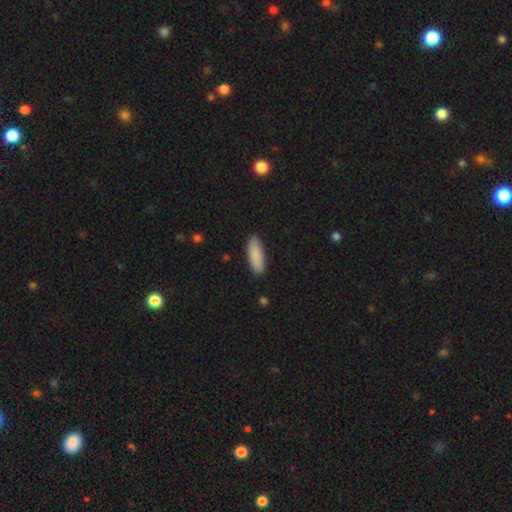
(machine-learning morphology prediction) Q: Smooth or featured?
A: smooth (89%); runner-up: featured or disk (6%)
Q: How rounded?
A: in between (61%); runner-up: cigar-shaped (37%)
Q: Merging?
A: none (87%); runner-up: minor disturbance (10%)